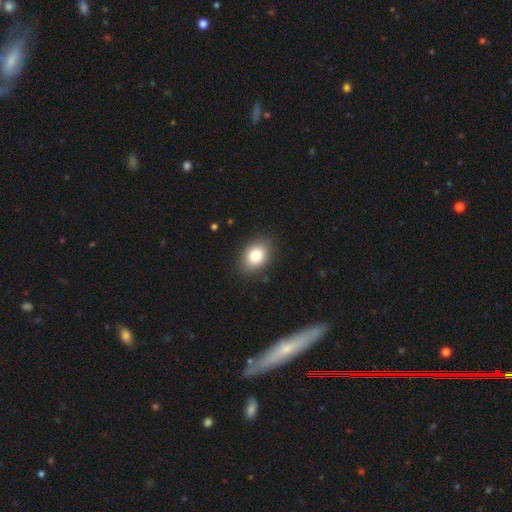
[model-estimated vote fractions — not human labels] Q: Smooth or featured?
A: smooth (82%); runner-up: featured or disk (9%)
Q: How rounded?
A: in between (77%); runner-up: round (22%)
Q: Merging?
A: none (86%); runner-up: minor disturbance (10%)